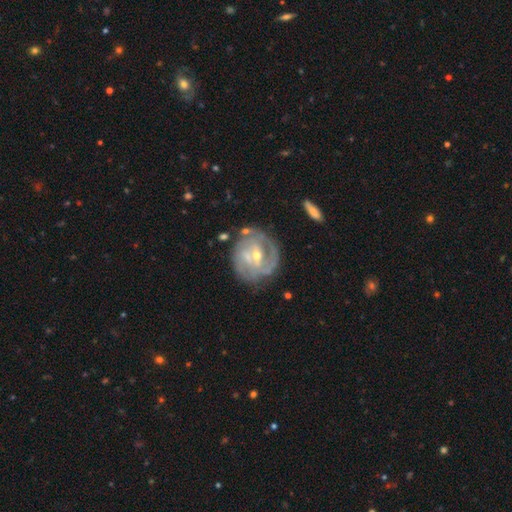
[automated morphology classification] This is clearly a featured or disk galaxy (83%). It is clearly not viewed edge-on (97%). Bar: possibly weak (48%). Spiral arm pattern: clearly yes (89%). Spiral arm count: marginally 2 (37%). Spiral winding: likely tight (61%). Central bulge: possibly small (51%). Merging: likely none (69%).